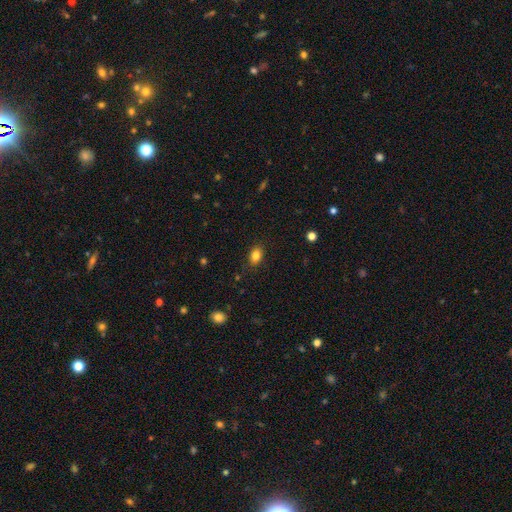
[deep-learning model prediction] smooth_or_featured: smooth (p=0.83) [alt: star or artifact p=0.10]
how_rounded: in between (p=0.79) [alt: round p=0.19]
merging: none (p=0.84) [alt: minor disturbance p=0.12]